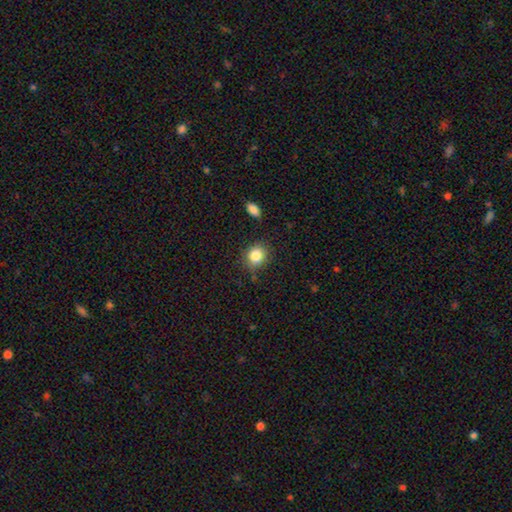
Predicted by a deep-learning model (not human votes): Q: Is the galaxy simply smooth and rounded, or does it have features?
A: smooth — 85%.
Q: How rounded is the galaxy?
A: round — 70%.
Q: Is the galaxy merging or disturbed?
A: none — 79%.